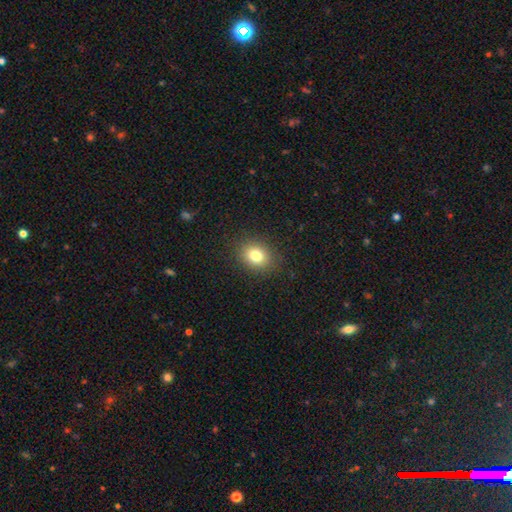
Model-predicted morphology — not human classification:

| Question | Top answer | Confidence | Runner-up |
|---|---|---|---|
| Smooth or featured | smooth | 79% | star or artifact (12%) |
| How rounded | round | 52% | in between (47%) |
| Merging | none | 88% | minor disturbance (8%) |